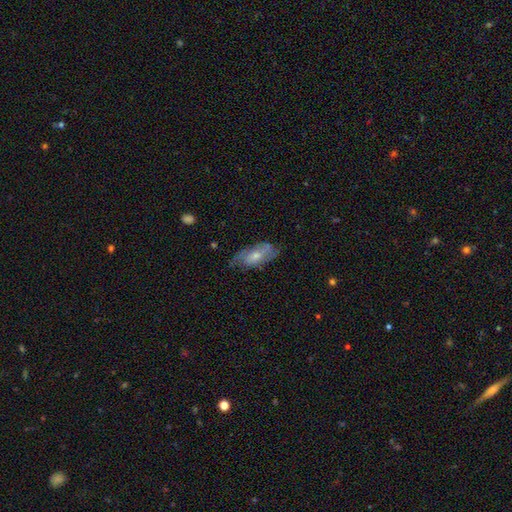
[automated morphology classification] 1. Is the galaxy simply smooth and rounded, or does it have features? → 63% featured or disk, 31% smooth, 6% star or artifact.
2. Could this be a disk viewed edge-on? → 90% no, 10% yes.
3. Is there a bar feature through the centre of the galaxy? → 61% no, 31% weak, 8% strong.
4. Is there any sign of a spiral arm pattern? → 84% yes, 16% no.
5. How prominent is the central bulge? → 49% moderate, 41% small, 5% large, 4% none, 1% dominant.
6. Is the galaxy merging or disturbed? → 61% none, 26% minor disturbance, 12% major disturbance, 2% merger.